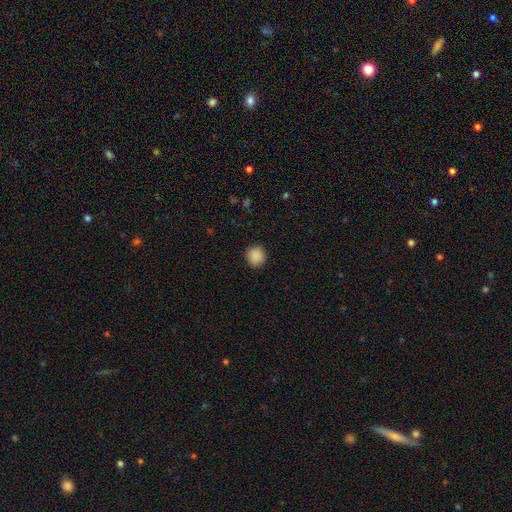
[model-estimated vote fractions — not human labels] Overall: smooth (89%). How rounded: round (91%). Merging: none (91%).